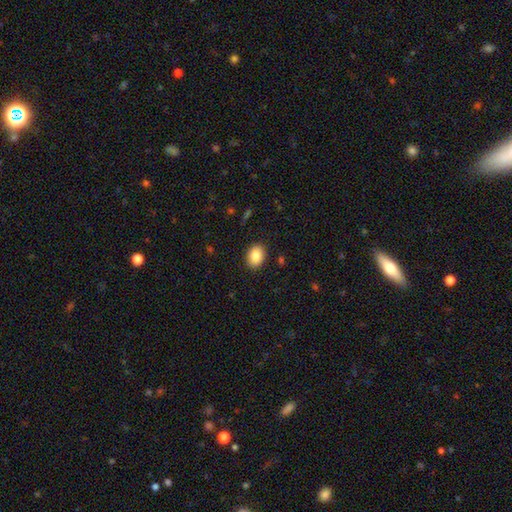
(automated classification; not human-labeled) The model was most divided on "how rounded": in between: 72%, round: 27%, cigar-shaped: 1%. More confident: merging — none (89%); smooth or featured — smooth (86%).